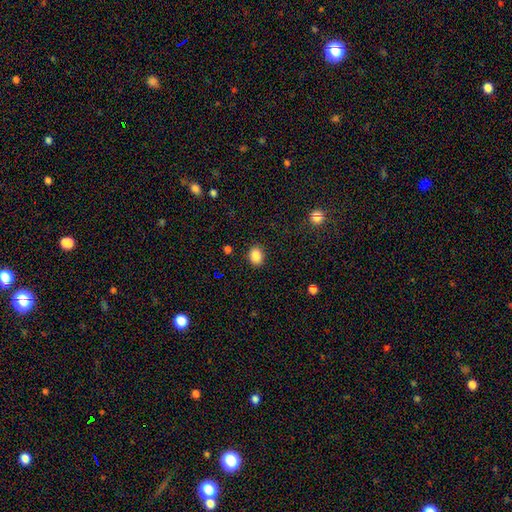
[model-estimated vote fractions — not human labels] Smooth or featured? smooth (86%)
How rounded? in between (56%)
Merging? none (88%)